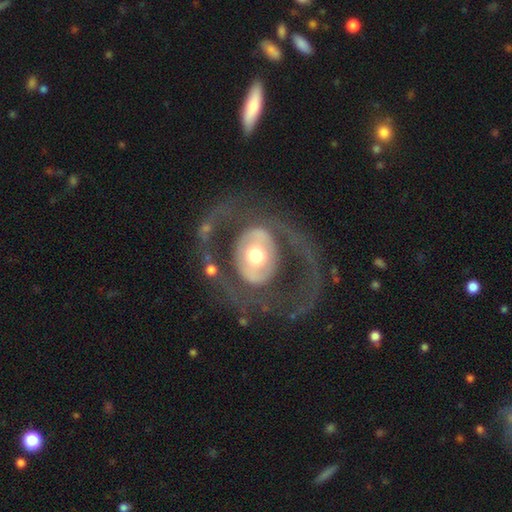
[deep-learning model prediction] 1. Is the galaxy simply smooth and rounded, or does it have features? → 74% featured or disk, 21% smooth, 5% star or artifact.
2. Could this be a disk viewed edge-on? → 95% no, 5% yes.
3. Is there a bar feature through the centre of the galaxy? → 66% no, 20% weak, 14% strong.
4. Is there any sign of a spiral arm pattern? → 56% yes, 44% no.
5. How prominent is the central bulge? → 56% moderate, 32% large, 6% small, 5% dominant, 1% none.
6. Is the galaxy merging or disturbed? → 62% none, 22% major disturbance, 12% minor disturbance, 3% merger.